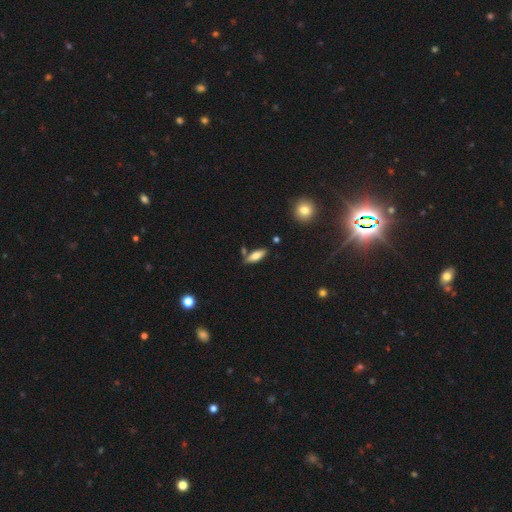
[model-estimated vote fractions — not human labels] This is likely a smooth galaxy (72%). How rounded: likely in between (62%). Merging: likely none (75%).